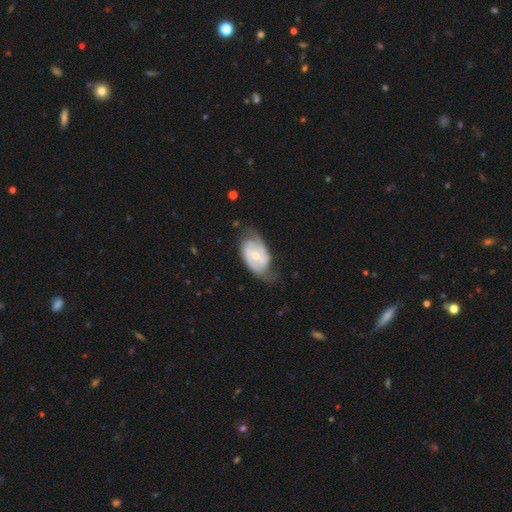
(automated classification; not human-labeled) Smooth or featured? featured or disk (74%)
Edge-on disk? no (95%)
Bar? no (49%)
Spiral arms? yes (84%)
Spiral winding? medium (42%)
Spiral arm count? 2 (75%)
Bulge size? moderate (51%)
Merging? none (56%)